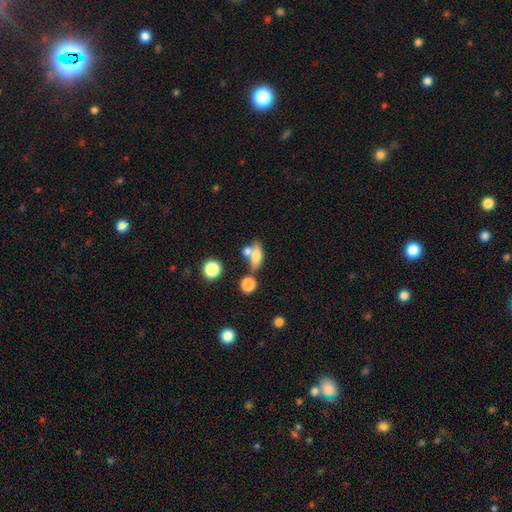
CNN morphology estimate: The model was most divided on "merging": none: 47%, merger: 33%, minor disturbance: 13%, major disturbance: 7%. More confident: smooth or featured — smooth (67%); how rounded — in between (64%).